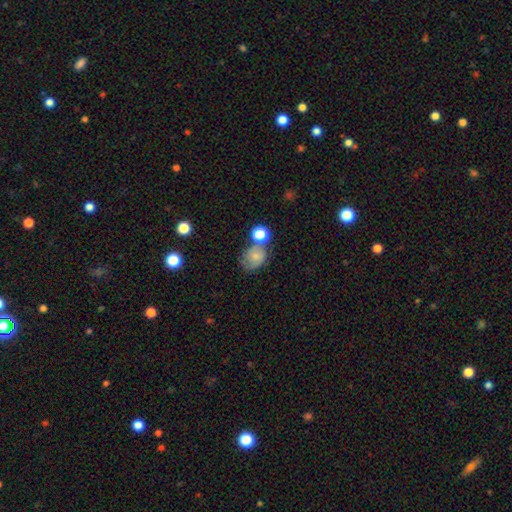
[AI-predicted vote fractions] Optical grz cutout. It shows a smooth galaxy with no disk features (63%) that is round (57%). Merging: none (42%).